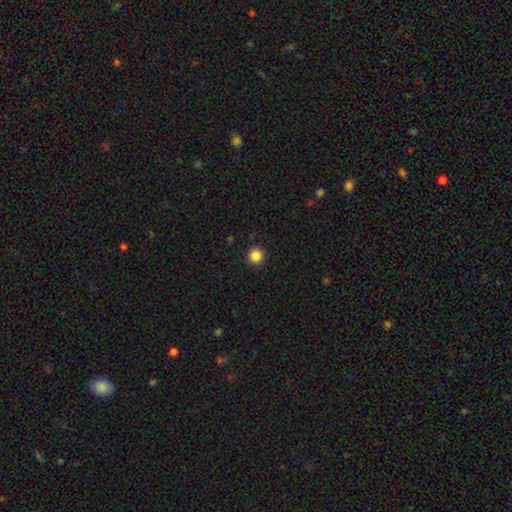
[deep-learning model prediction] A smooth galaxy with no disk features (86%) that is round (96%). Merging: none (93%).